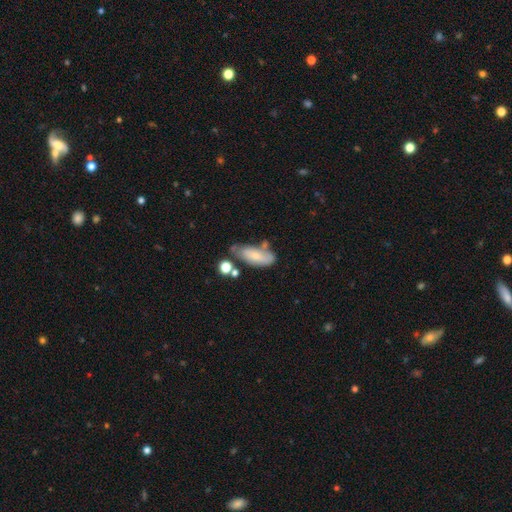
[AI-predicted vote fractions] A smooth galaxy with no disk features (66%) that is in between round and cigar-shaped (75%). Merging: none (45%).